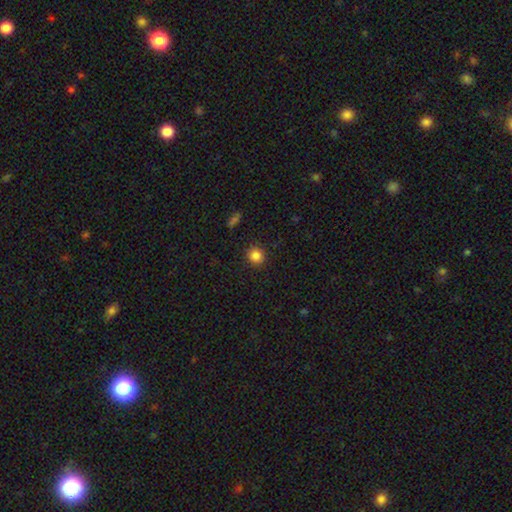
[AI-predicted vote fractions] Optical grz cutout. It shows a smooth galaxy with no disk features (84%) that is round (90%). Merging: none (90%).